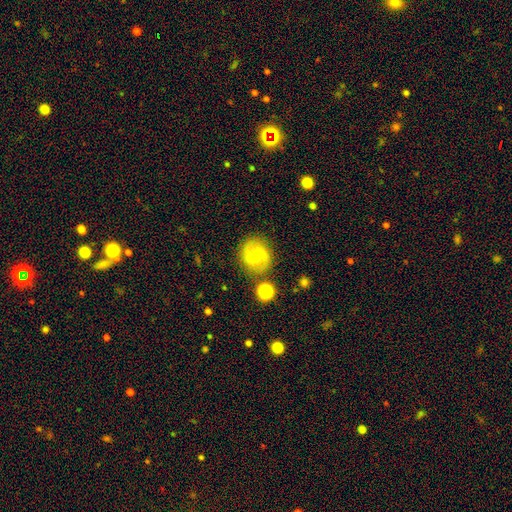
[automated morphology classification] Smooth or featured? Predicted: featured or disk (p=0.73). Edge-on disk? Predicted: no (p=0.98). Bar? Predicted: weak (p=0.50). Spiral arms? Predicted: yes (p=0.93). Spiral winding? Predicted: medium (p=0.48). Spiral arm count? Predicted: 2 (p=0.91). Bulge size? Predicted: small (p=0.55). Merging? Predicted: none (p=0.81).